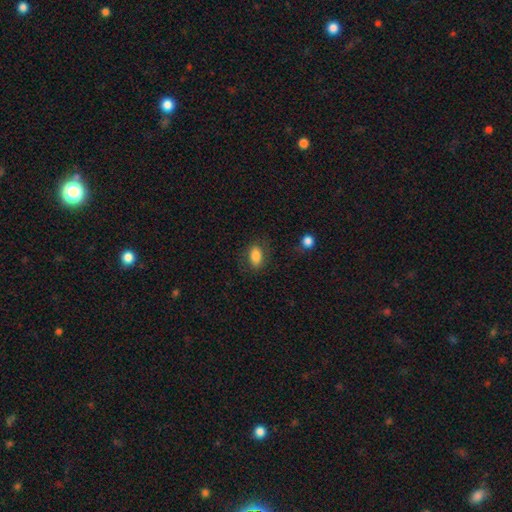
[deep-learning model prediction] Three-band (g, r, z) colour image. It shows a smooth galaxy with no disk features (83%) that is in between round and cigar-shaped (88%). Merging: none (76%).